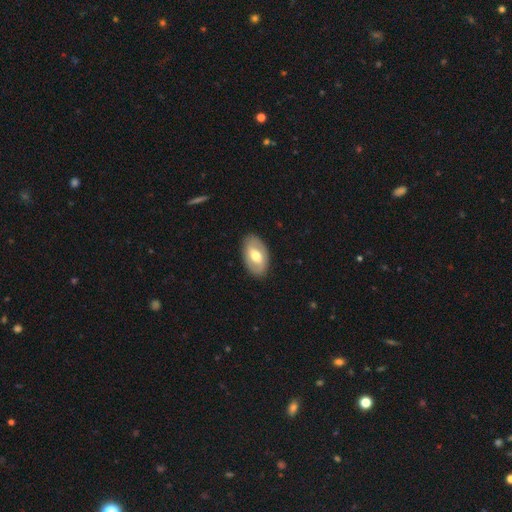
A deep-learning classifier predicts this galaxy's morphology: featured or disk 48%, smooth 46%, star or artifact 6%. Down the decision tree: merging — none (86%).